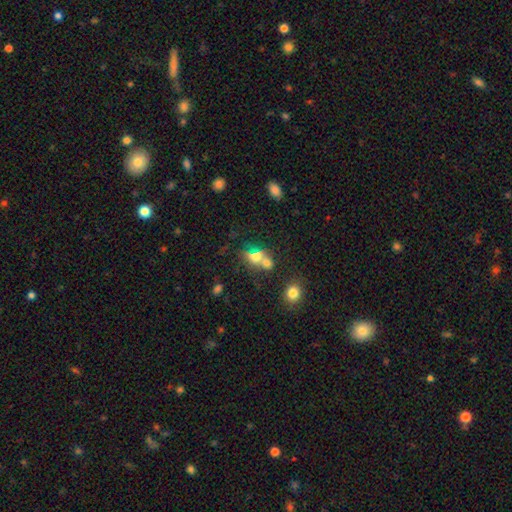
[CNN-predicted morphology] Overall: smooth (64%). How rounded: round (49%; in between 47%). Merging: merger (53%; none 32%).